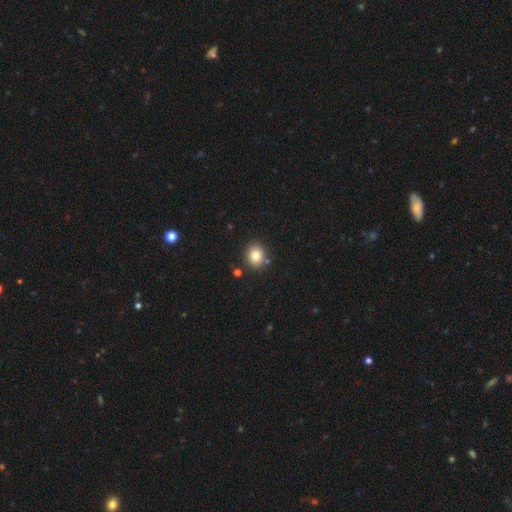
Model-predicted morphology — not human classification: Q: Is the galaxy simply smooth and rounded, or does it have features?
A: smooth — 81%.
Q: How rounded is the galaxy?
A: round — 71%.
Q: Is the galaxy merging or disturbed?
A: none — 83%.